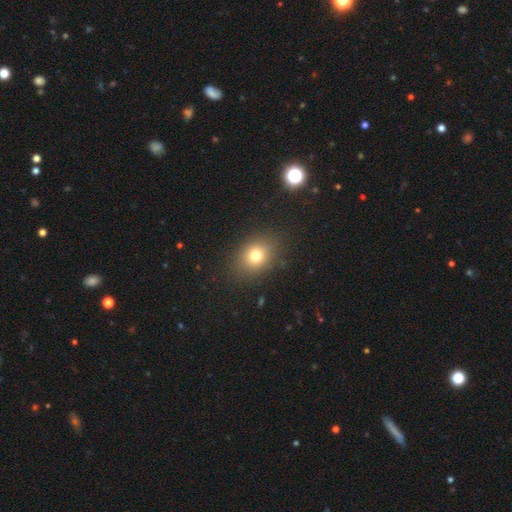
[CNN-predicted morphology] This is likely a smooth galaxy (76%). How rounded: possibly in between (51%). Merging: clearly none (86%).